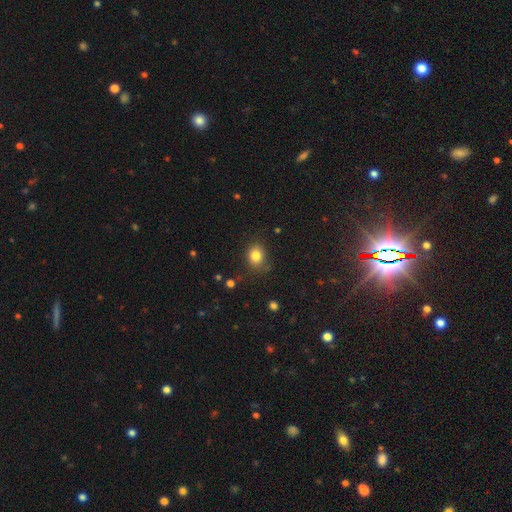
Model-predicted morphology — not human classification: The model was most divided on "how rounded": round: 62%, in between: 37%, cigar-shaped: 1%. More confident: smooth or featured — smooth (82%); merging — none (75%).